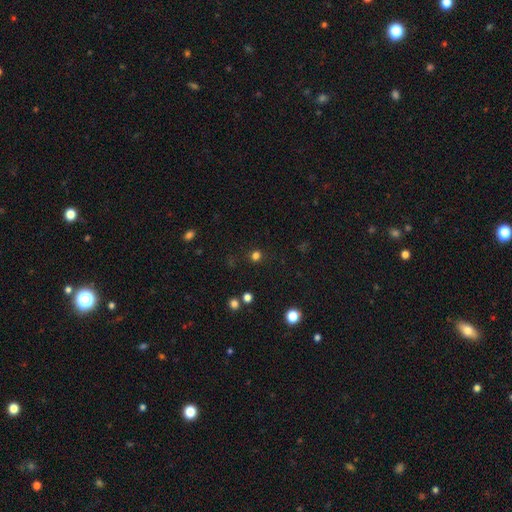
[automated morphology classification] Smooth or featured? Predicted: smooth (p=0.73). How rounded? Predicted: round (p=0.87). Merging? Predicted: none (p=0.85).